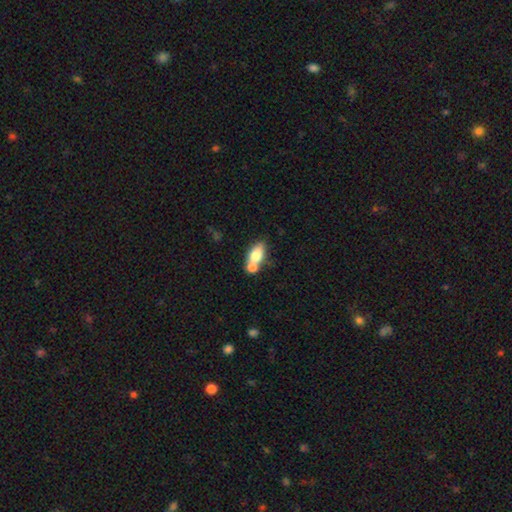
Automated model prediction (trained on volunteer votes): smooth 73%, featured or disk 19%, star or artifact 8%. Down the decision tree: how rounded — in between (82%); merging — merger (54%).